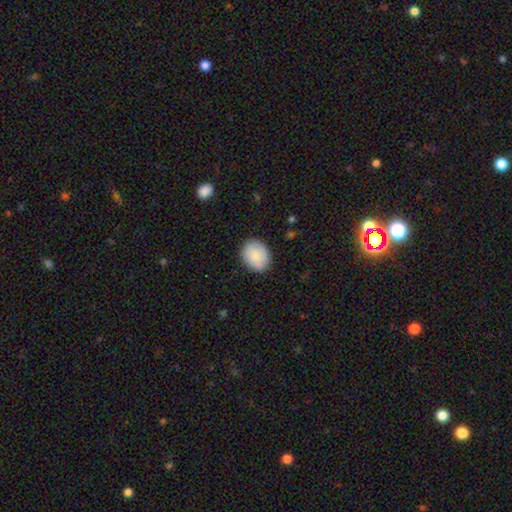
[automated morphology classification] Smooth or featured?
  - smooth: 86% *
  - featured or disk: 7%
  - star or artifact: 6%
How rounded?
  - in between: 55% *
  - round: 44%
  - cigar-shaped: 1%
Merging?
  - none: 86% *
  - minor disturbance: 11%
  - major disturbance: 2%
  - merger: 1%